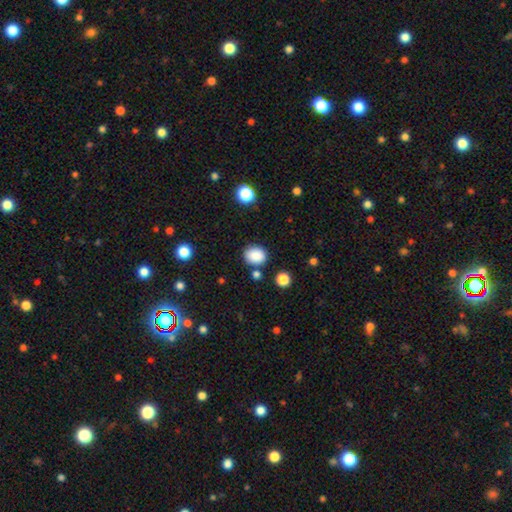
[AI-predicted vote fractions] Smooth or featured?
  - smooth: 87% *
  - star or artifact: 10%
  - featured or disk: 4%
How rounded?
  - round: 63% *
  - in between: 37%
  - cigar-shaped: 1%
Merging?
  - none: 80% *
  - minor disturbance: 11%
  - merger: 6%
  - major disturbance: 3%